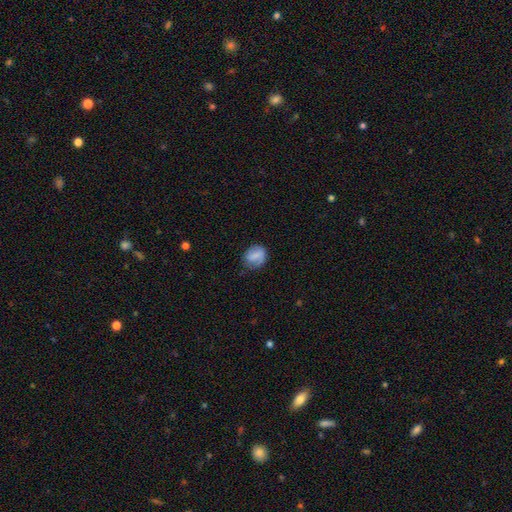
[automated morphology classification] Smooth or featured? smooth (68%)
How rounded? round (56%)
Merging? none (65%)